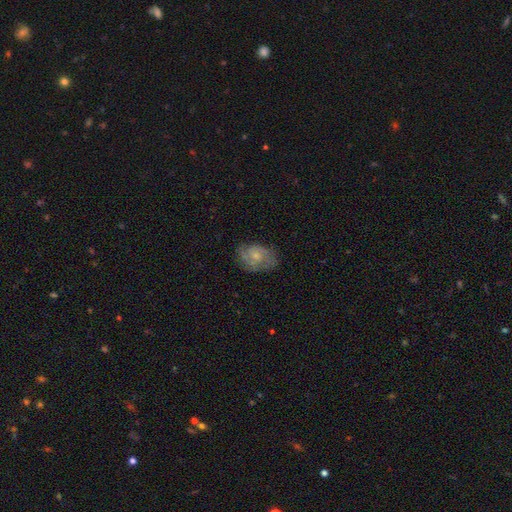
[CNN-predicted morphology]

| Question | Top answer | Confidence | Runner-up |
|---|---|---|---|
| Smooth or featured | featured or disk | 56% | smooth (36%) |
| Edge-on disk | no | 97% | yes (3%) |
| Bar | no | 73% | weak (24%) |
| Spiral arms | yes | 83% | no (17%) |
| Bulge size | small | 58% | moderate (32%) |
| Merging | none | 66% | minor disturbance (23%) |